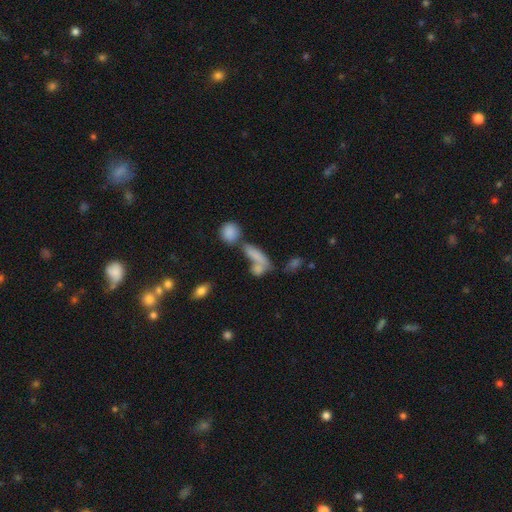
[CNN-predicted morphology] Smooth or featured: smooth — 54% (featured or disk — 25%)
How rounded: in between — 49% (cigar-shaped — 37%)
Merging: merger — 38% (tied with none — 38%)